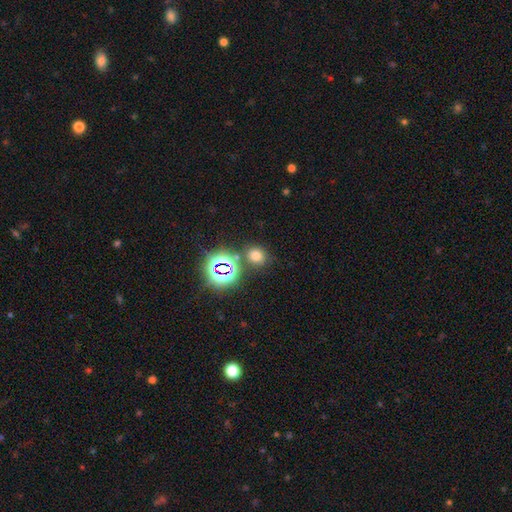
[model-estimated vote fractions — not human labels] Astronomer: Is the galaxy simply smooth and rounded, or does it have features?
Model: smooth — 65%.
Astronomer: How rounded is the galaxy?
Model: round — 73%.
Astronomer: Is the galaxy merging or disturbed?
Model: none — 77%.